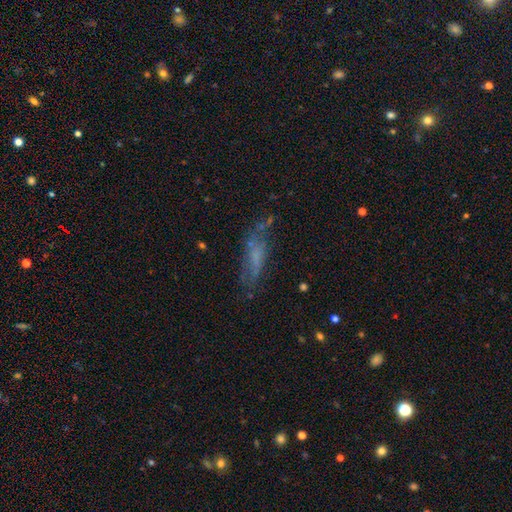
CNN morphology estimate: Smooth or featured? smooth (46%)
Merging? none (54%)